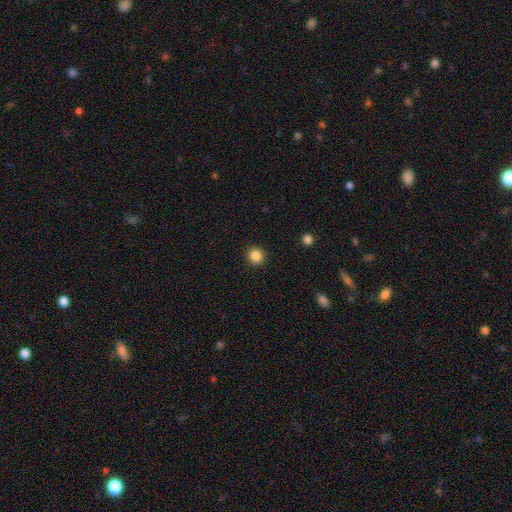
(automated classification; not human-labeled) smooth 86%, star or artifact 11%, featured or disk 3%. Down the decision tree: how rounded — round (94%); merging — none (93%).